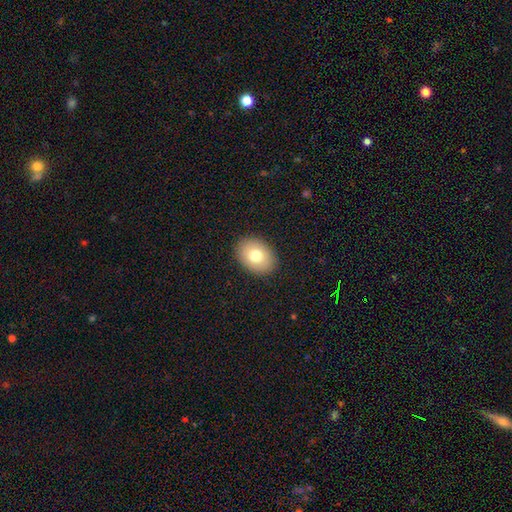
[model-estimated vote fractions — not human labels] Overall: smooth (77%). How rounded: in between (70%). Merging: none (90%).